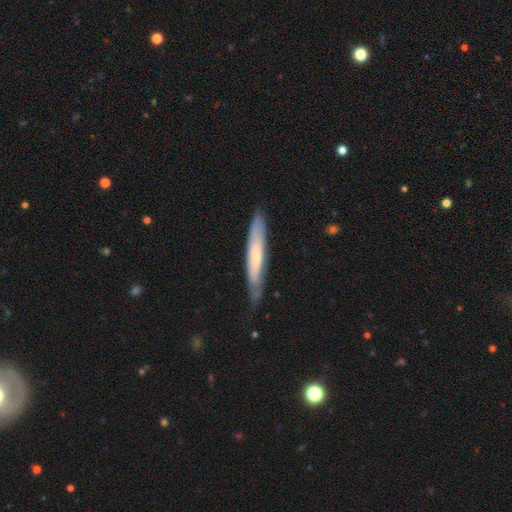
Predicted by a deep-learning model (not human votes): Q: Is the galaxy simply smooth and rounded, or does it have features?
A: smooth — 52%.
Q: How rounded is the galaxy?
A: cigar-shaped — 91%.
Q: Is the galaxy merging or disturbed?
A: none — 75%.